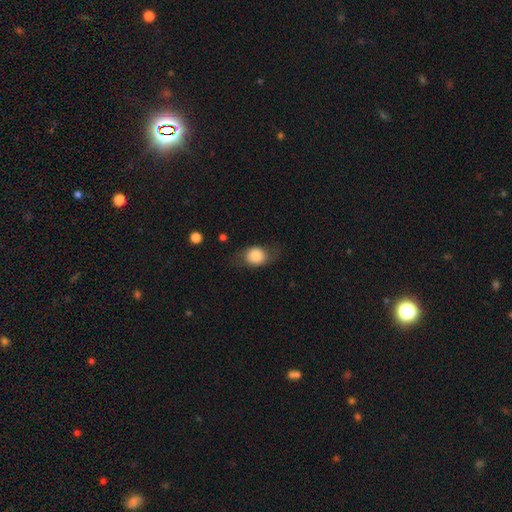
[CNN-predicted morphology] smooth-or-featured: smooth: 76% | featured or disk: 16% | star or artifact: 8%
  how-rounded: round: 56% | in between: 42% | cigar-shaped: 2%
  merging: none: 69% | minor disturbance: 19% | major disturbance: 10% | merger: 2%